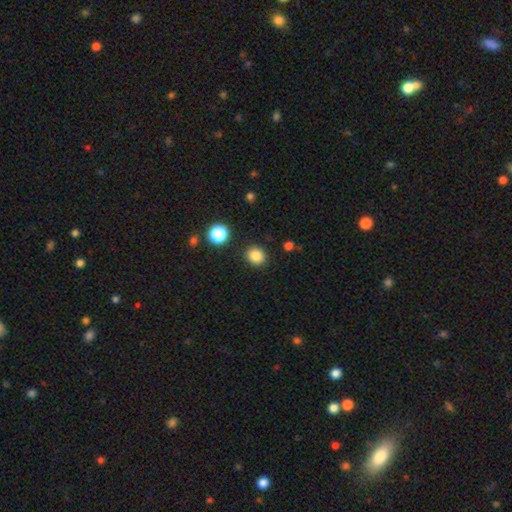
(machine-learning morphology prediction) smooth 84%, star or artifact 11%, featured or disk 5%. Down the decision tree: how rounded — round (80%); merging — none (88%).